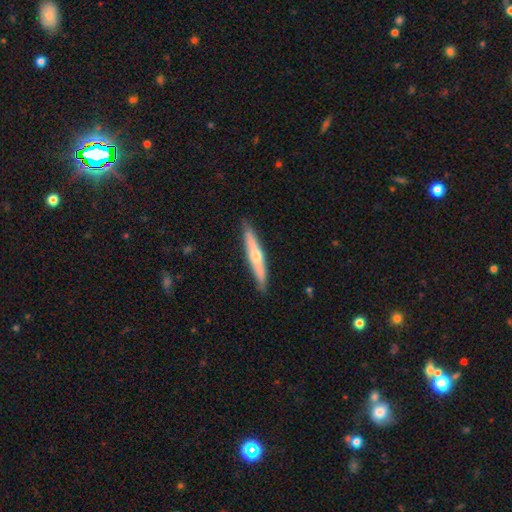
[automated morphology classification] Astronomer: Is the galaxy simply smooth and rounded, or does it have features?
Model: featured or disk — 53% (runner-up: smooth, 42%).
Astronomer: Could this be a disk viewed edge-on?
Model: yes — 93%.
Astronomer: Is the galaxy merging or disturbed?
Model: none — 88%.